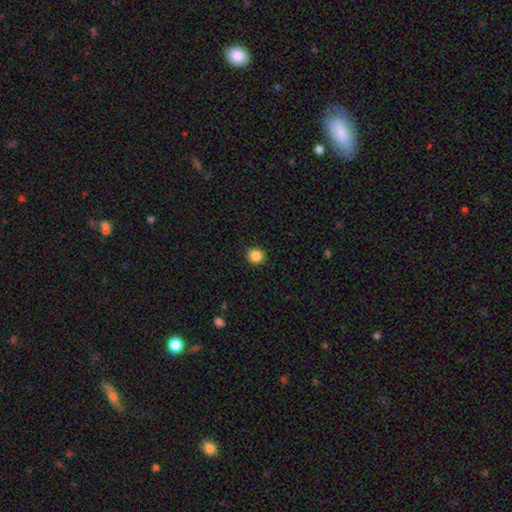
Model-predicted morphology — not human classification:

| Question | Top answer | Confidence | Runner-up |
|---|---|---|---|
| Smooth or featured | smooth | 86% | star or artifact (11%) |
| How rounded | round | 92% | in between (7%) |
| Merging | none | 90% | minor disturbance (7%) |